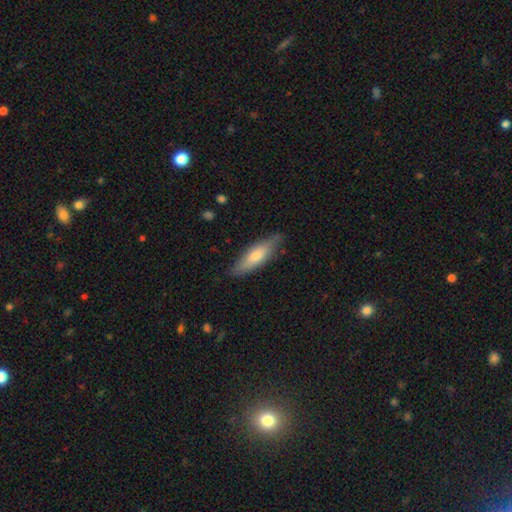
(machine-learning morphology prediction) smooth 61%, featured or disk 34%, star or artifact 6%. Down the decision tree: how rounded — cigar-shaped (58%); merging — none (79%).